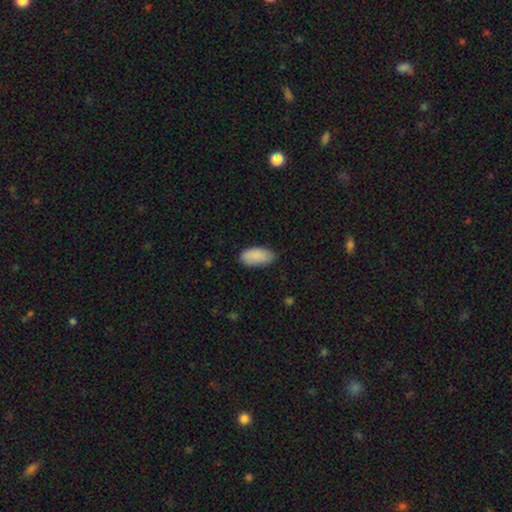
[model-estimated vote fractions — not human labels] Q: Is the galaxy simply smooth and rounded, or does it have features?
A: smooth — 89%.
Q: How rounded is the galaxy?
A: in between — 94%.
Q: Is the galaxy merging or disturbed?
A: none — 78%.